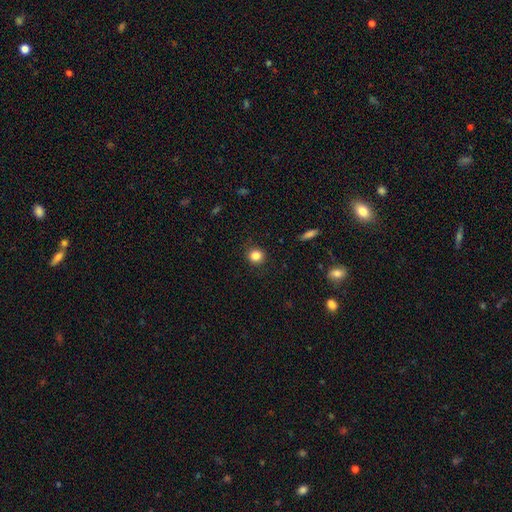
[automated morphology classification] Smooth or featured: smooth — 85% (star or artifact — 11%)
How rounded: round — 91% (in between — 8%)
Merging: none — 90% (minor disturbance — 7%)